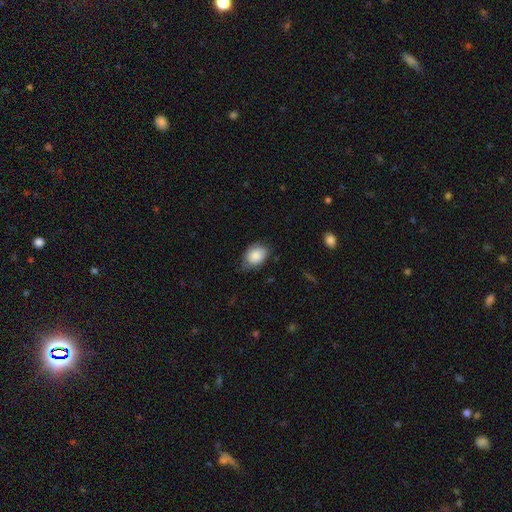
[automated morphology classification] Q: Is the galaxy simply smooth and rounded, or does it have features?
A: smooth — 82%.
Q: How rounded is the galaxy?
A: in between — 76%.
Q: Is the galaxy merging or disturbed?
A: none — 62%.